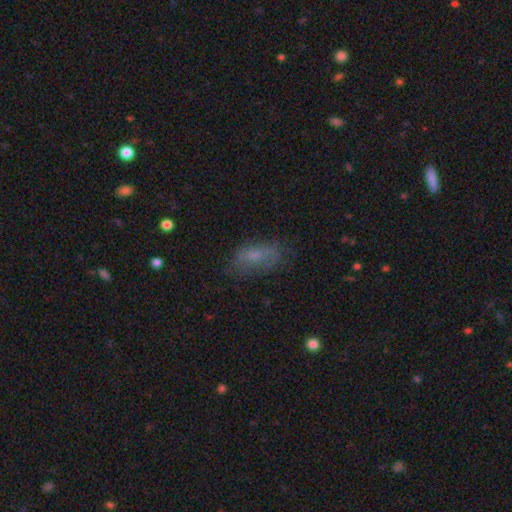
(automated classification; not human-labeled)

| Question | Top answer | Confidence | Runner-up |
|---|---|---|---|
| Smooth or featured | smooth | 64% | featured or disk (23%) |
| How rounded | in between | 85% | cigar-shaped (9%) |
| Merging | none | 64% | minor disturbance (23%) |